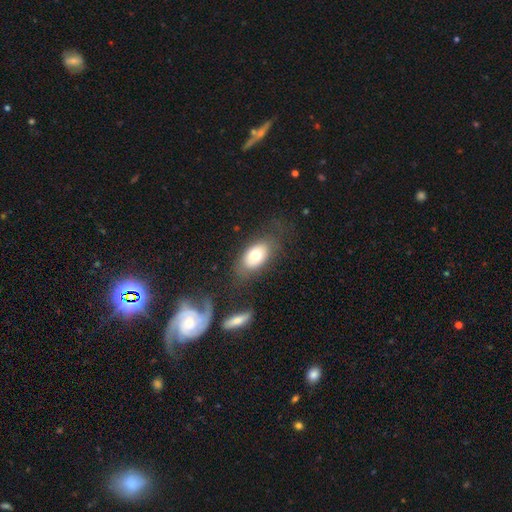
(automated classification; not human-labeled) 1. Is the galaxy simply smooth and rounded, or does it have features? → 70% smooth, 23% featured or disk, 8% star or artifact.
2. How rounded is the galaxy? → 87% in between, 10% round, 2% cigar-shaped.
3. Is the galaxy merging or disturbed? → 69% none, 16% minor disturbance, 9% major disturbance, 5% merger.